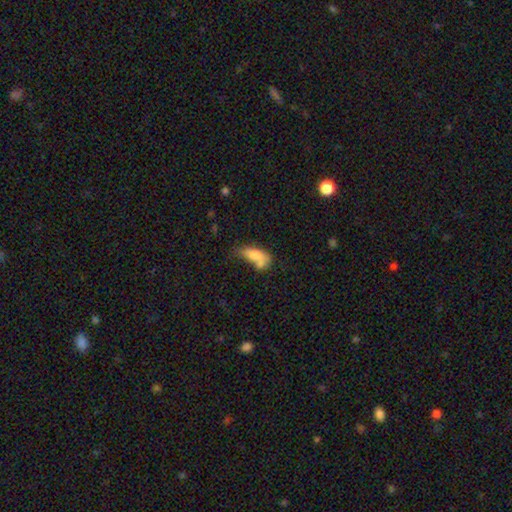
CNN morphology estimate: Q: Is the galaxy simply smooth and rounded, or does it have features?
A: smooth — 74%.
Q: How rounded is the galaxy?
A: in between — 79%.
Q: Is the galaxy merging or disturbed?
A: merger — 39%.